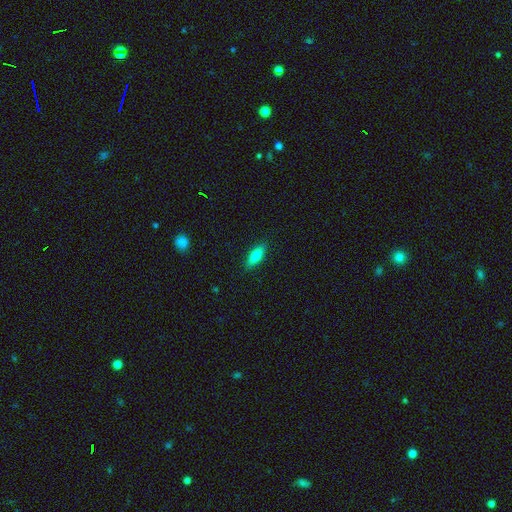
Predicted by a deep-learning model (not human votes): Smooth or featured? smooth (72%)
How rounded? in between (57%)
Merging? none (88%)